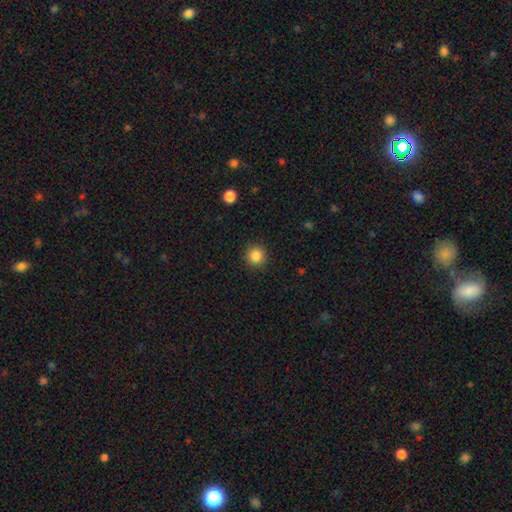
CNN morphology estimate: smooth-or-featured: smooth: 86% | star or artifact: 10% | featured or disk: 4%
  how-rounded: round: 94% | in between: 5% | cigar-shaped: 1%
  merging: none: 91% | minor disturbance: 6% | major disturbance: 2% | merger: 1%